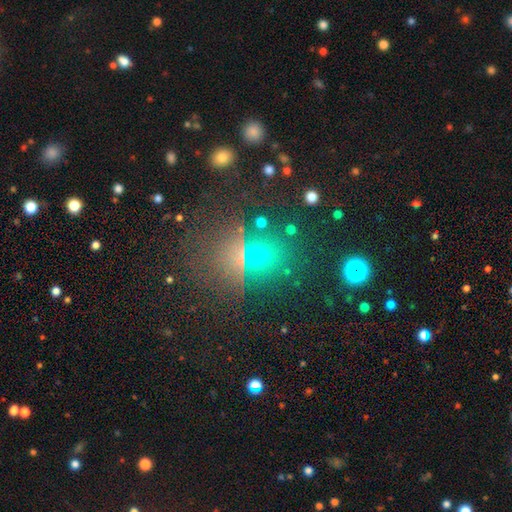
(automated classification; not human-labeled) Overall: smooth (47%; star or artifact 41%). Merging: none (70%).